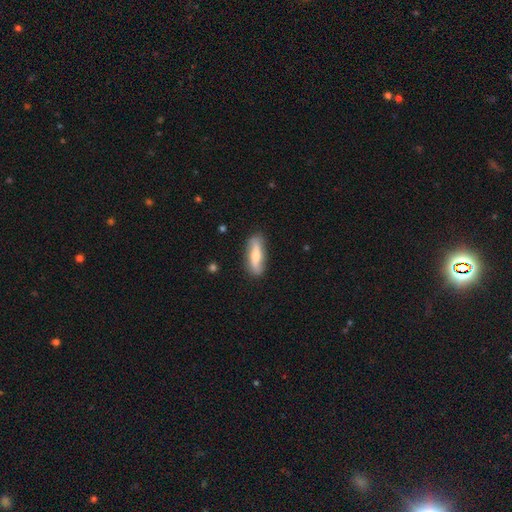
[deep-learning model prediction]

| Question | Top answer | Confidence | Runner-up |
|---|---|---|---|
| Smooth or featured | featured or disk | 48% | smooth (46%) |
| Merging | none | 85% | minor disturbance (12%) |